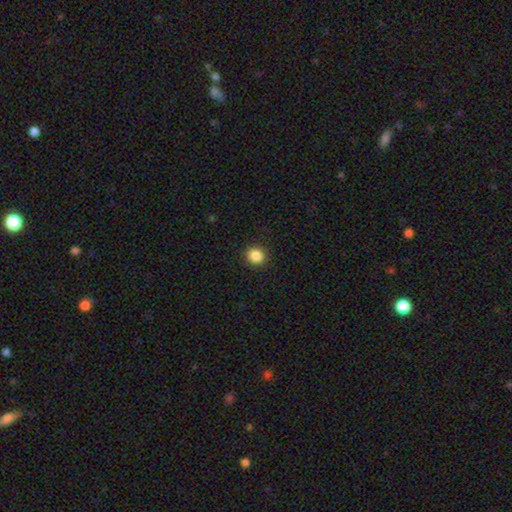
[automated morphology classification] Smooth or featured: smooth — 86% (star or artifact — 10%)
How rounded: round — 83% (in between — 16%)
Merging: none — 91% (minor disturbance — 6%)